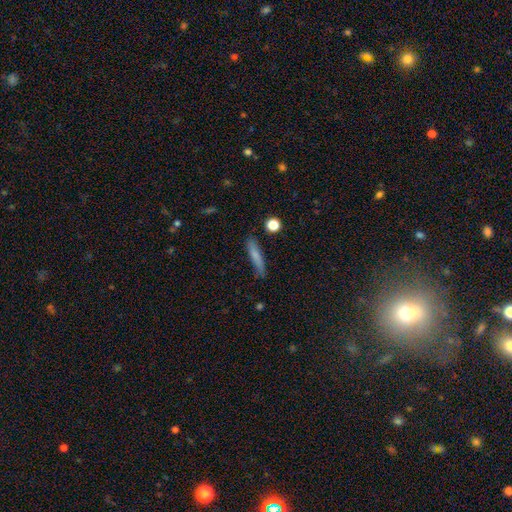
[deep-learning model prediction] A smooth galaxy with no disk features (75%) that is cigar-shaped (88%). Merging: none (78%).